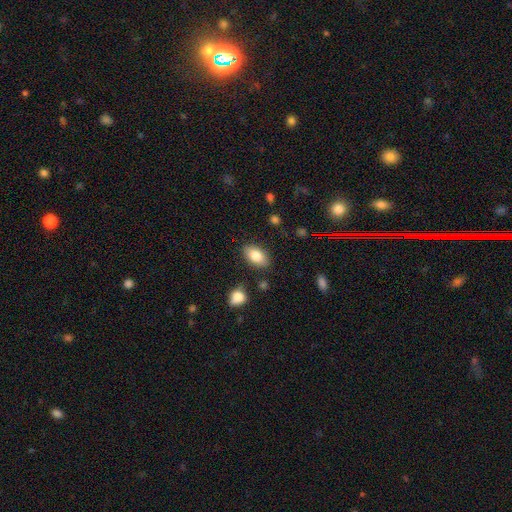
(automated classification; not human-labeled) This appears to be a smooth galaxy with no disk features (82%) that is in between round and cigar-shaped (91%). Merging: none (84%).